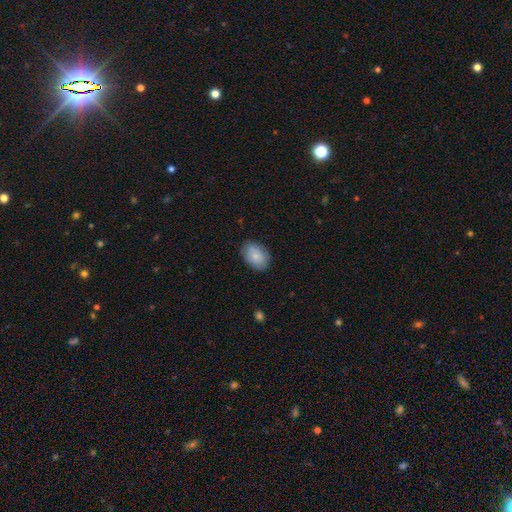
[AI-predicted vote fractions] The model was most divided on "how rounded": in between: 83%, round: 16%, cigar-shaped: 1%. More confident: smooth or featured — smooth (83%); merging — none (83%).